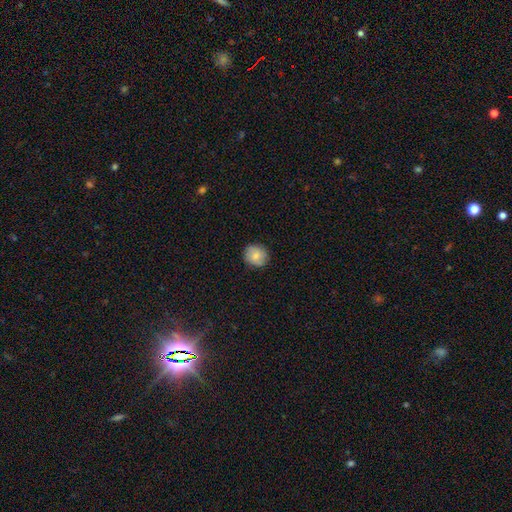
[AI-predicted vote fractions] Q: Smooth or featured?
A: smooth (82%); runner-up: featured or disk (10%)
Q: How rounded?
A: round (88%); runner-up: in between (11%)
Q: Merging?
A: none (87%); runner-up: minor disturbance (10%)